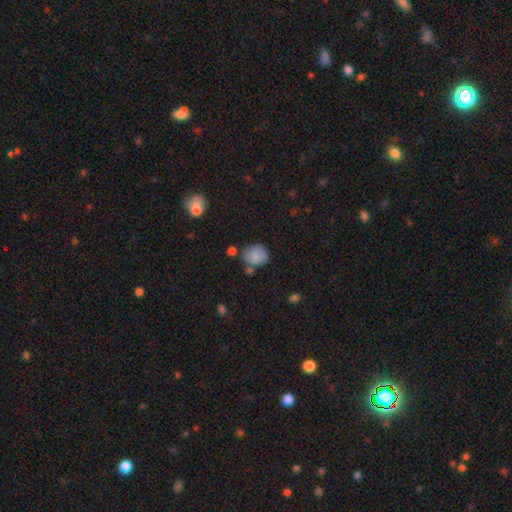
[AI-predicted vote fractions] smooth-or-featured: smooth: 81% | featured or disk: 10% | star or artifact: 9%
  how-rounded: round: 64% | in between: 35% | cigar-shaped: 1%
  merging: none: 64% | minor disturbance: 21% | merger: 9% | major disturbance: 6%